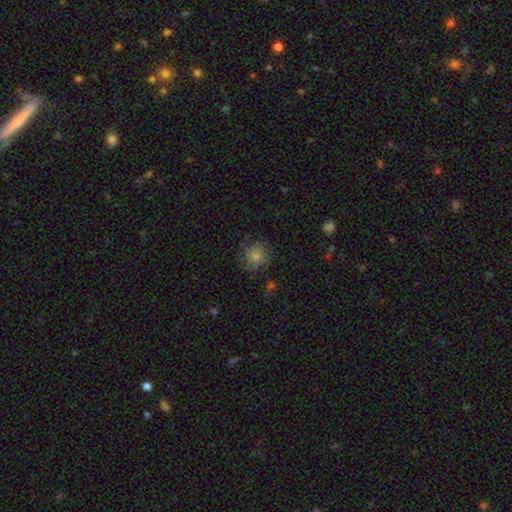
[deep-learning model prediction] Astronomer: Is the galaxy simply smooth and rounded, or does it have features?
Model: smooth — 75%.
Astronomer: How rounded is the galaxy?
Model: round — 87%.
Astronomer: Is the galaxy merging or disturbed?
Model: none — 79%.